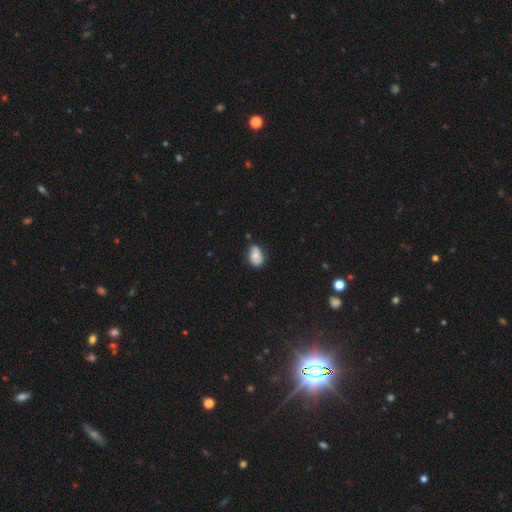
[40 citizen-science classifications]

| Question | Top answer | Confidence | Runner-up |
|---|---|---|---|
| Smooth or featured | smooth | 65% | featured or disk (25%) |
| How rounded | in between | 77% | round (19%) |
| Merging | minor disturbance | 58% | none (33%) |